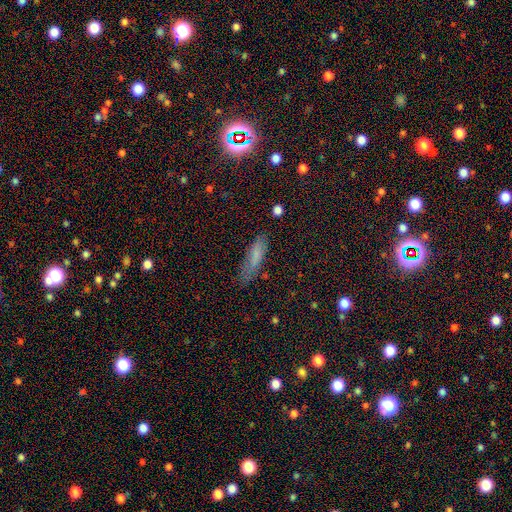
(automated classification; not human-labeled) Q: Smooth or featured?
A: smooth (74%); runner-up: featured or disk (14%)
Q: How rounded?
A: cigar-shaped (61%); runner-up: in between (36%)
Q: Merging?
A: none (66%); runner-up: minor disturbance (24%)